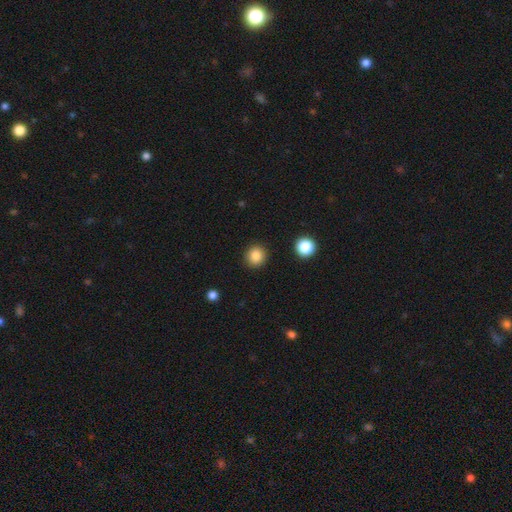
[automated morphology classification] Smooth or featured?
  - smooth: 85% *
  - star or artifact: 10%
  - featured or disk: 4%
How rounded?
  - round: 90% *
  - in between: 9%
  - cigar-shaped: 1%
Merging?
  - none: 91% *
  - minor disturbance: 6%
  - major disturbance: 2%
  - merger: 1%